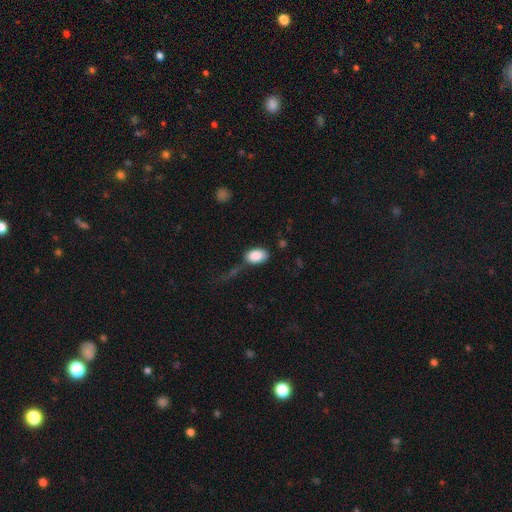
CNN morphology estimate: The model was most divided on "merging": none: 57%, minor disturbance: 22%, major disturbance: 14%, merger: 7%. More confident: how rounded — in between (92%); smooth or featured — smooth (87%).